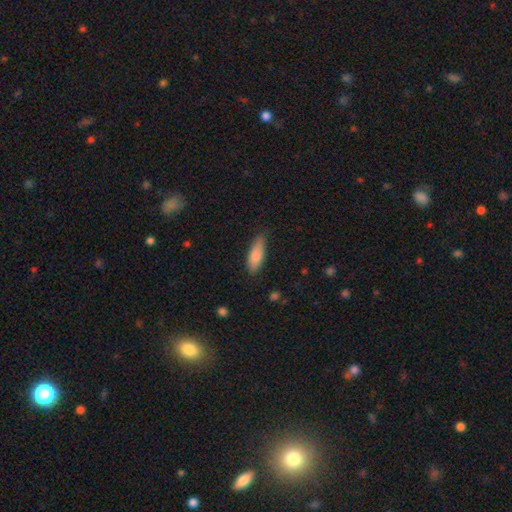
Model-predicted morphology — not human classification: A smooth galaxy with no disk features (84%) that is in between round and cigar-shaped (60%).

Vote fractions:
- Smooth or featured? smooth: 84% / featured or disk: 10% / star or artifact: 6%
- How rounded? in between: 60% / cigar-shaped: 38% / round: 2%
- Merging? none: 75% / minor disturbance: 20% / major disturbance: 4% / merger: 1%